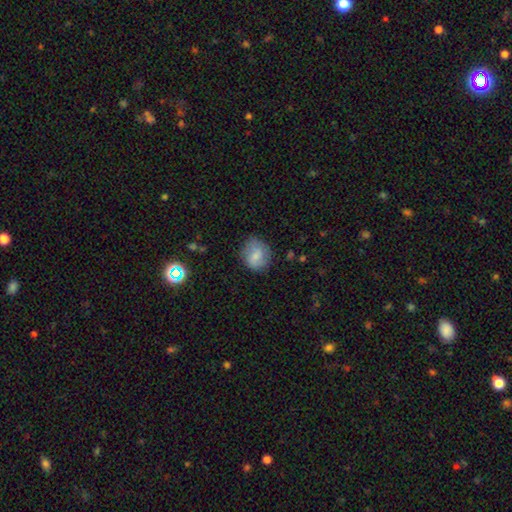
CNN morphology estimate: Smooth or featured? smooth (75%)
How rounded? round (68%)
Merging? none (69%)